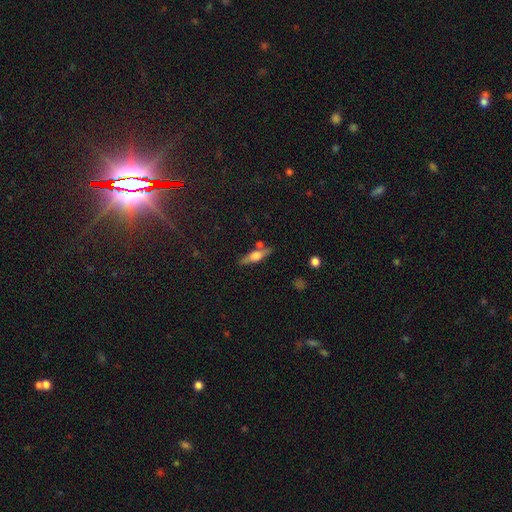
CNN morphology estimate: Smooth or featured: featured or disk — 53% (smooth — 39%)
Edge-on disk: yes — 92% (no — 8%)
Merging: none — 77% (minor disturbance — 12%)